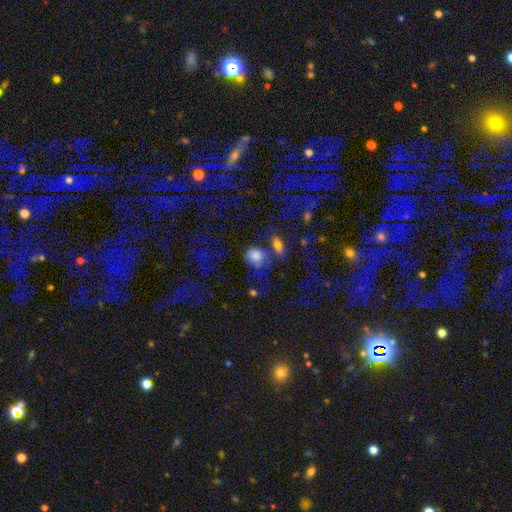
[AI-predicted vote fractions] Overall: smooth (76%). How rounded: round (65%; in between 34%). Merging: none (46%; merger 20%).